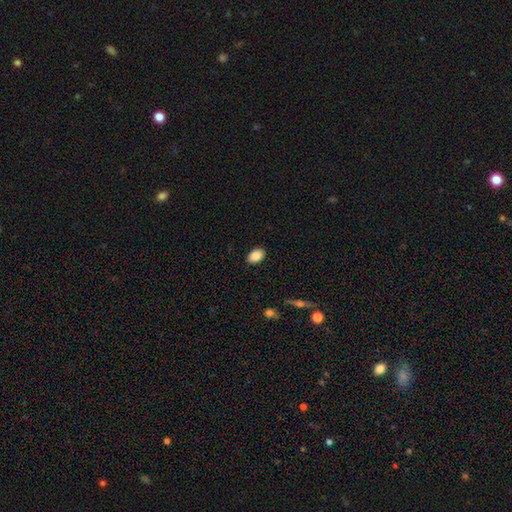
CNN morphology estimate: This is clearly a smooth galaxy (85%). How rounded: clearly in between (87%). Merging: clearly none (89%).